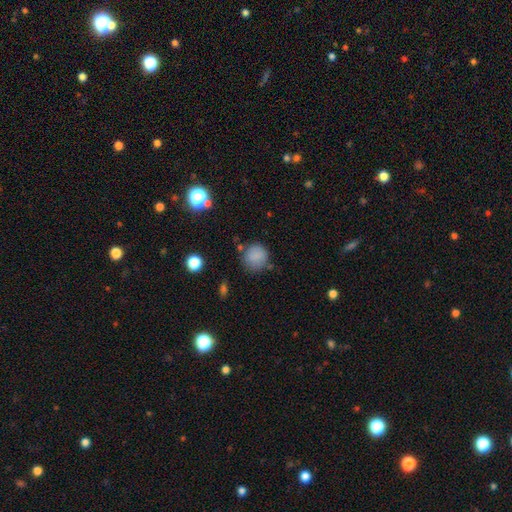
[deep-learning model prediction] smooth_or_featured: smooth (p=0.84) [alt: star or artifact p=0.10]
how_rounded: round (p=0.89) [alt: in between p=0.10]
merging: none (p=0.74) [alt: minor disturbance p=0.17]